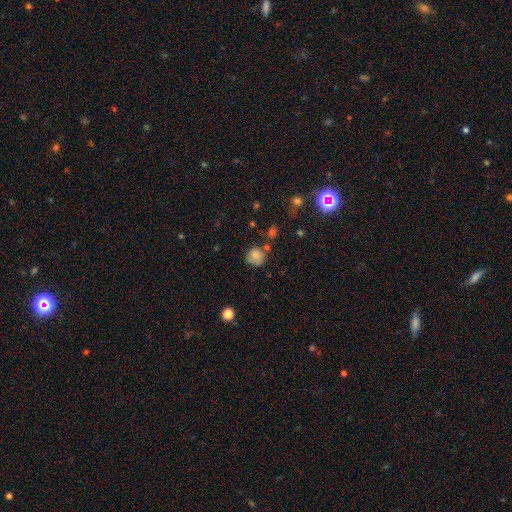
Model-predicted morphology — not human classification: smooth_or_featured: smooth (p=0.71) [alt: featured or disk p=0.18]
how_rounded: round (p=0.86) [alt: in between p=0.13]
merging: none (p=0.63) [alt: minor disturbance p=0.22]